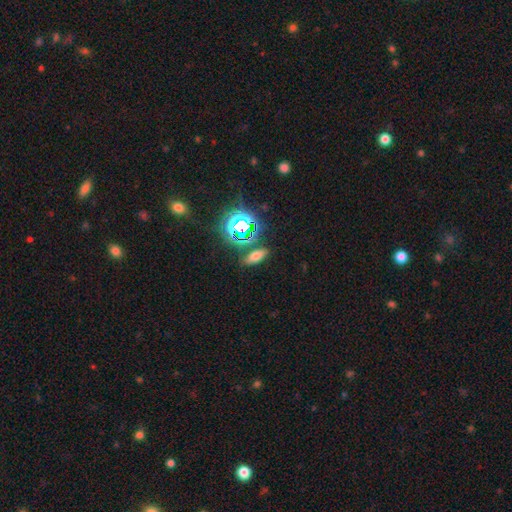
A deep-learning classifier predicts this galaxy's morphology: smooth 57%, star or artifact 31%, featured or disk 12%. Down the decision tree: how rounded — in between (68%); merging — none (82%).